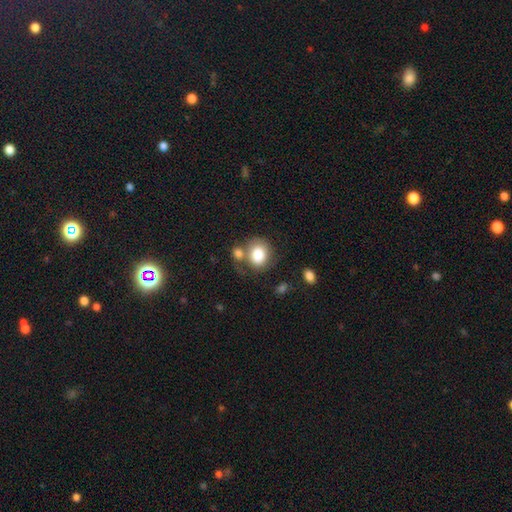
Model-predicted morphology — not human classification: Smooth or featured: smooth — 79% (featured or disk — 12%)
How rounded: round — 68% (in between — 31%)
Merging: none — 56% (merger — 23%)